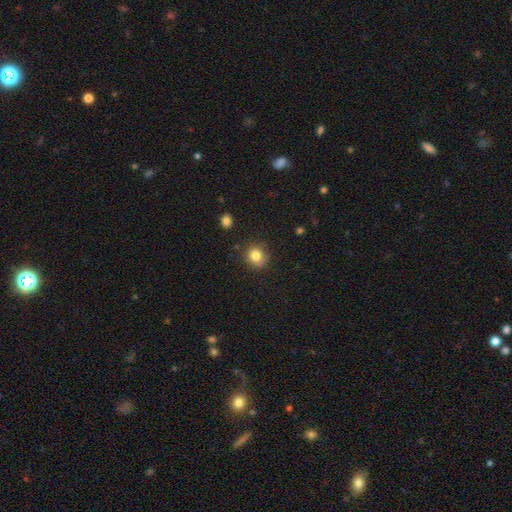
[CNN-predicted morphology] Smooth or featured: smooth — 82% (star or artifact — 11%)
How rounded: round — 88% (in between — 11%)
Merging: none — 82% (minor disturbance — 12%)